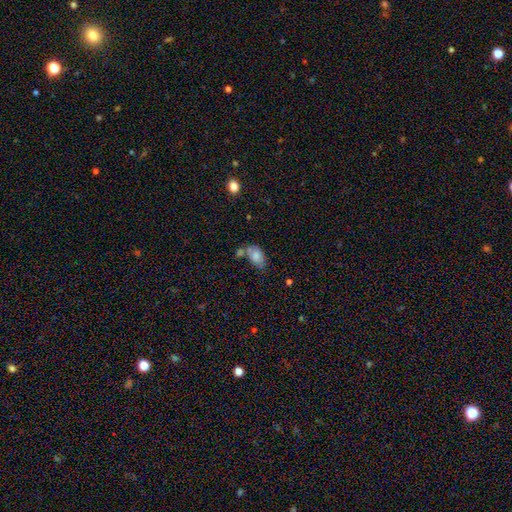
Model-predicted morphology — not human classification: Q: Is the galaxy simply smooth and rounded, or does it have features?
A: smooth — 74%.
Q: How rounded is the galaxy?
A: in between — 90%.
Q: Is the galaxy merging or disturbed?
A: none — 34%.